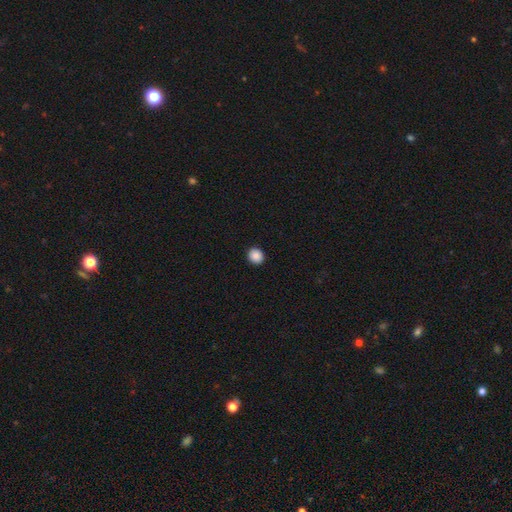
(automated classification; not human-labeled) Smooth or featured? Predicted: smooth (p=0.87). How rounded? Predicted: round (p=0.80). Merging? Predicted: none (p=0.92).